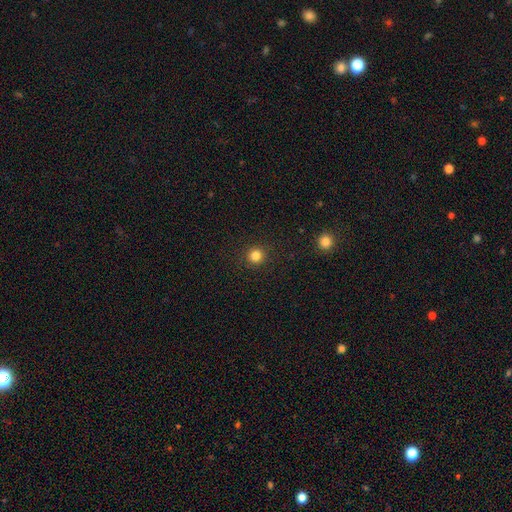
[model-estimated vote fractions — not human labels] smooth-or-featured: smooth: 83% | star or artifact: 13% | featured or disk: 4%
  how-rounded: round: 95% | in between: 5% | cigar-shaped: 1%
  merging: none: 92% | minor disturbance: 5% | major disturbance: 2% | merger: 1%